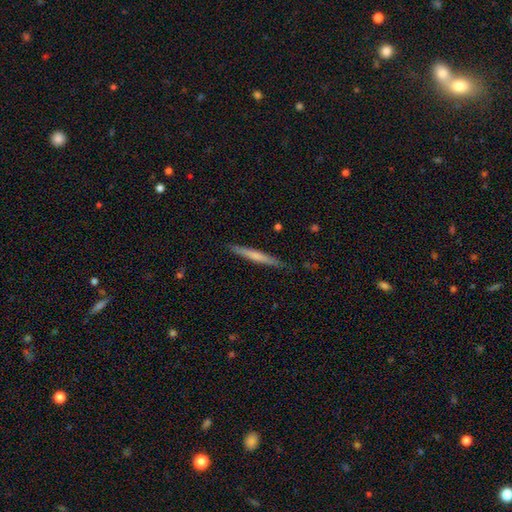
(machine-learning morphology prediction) The model was most divided on "smooth or featured": smooth: 55%, featured or disk: 39%, star or artifact: 6%. More confident: how rounded — cigar-shaped (96%); merging — none (87%).